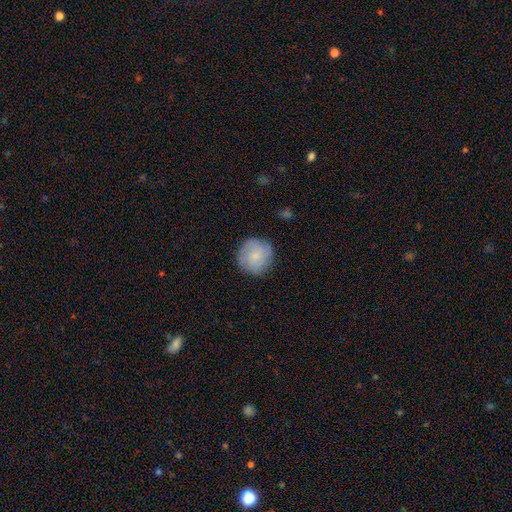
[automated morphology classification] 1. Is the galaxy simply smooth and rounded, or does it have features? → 70% smooth, 23% featured or disk, 7% star or artifact.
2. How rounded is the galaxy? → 93% round, 6% in between, 1% cigar-shaped.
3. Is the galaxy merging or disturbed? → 83% none, 12% minor disturbance, 3% major disturbance, 1% merger.